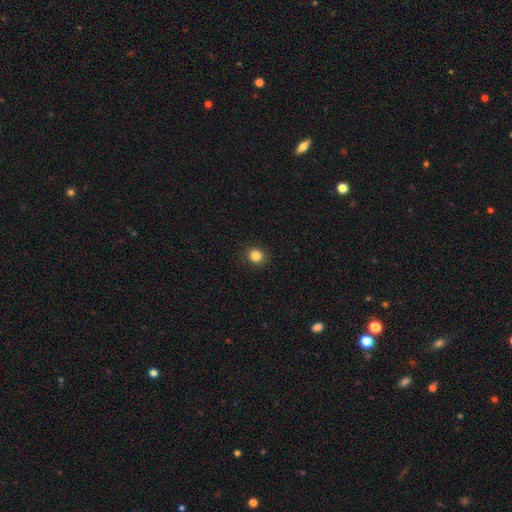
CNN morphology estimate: smooth-or-featured: smooth: 84% | star or artifact: 12% | featured or disk: 4%
  how-rounded: round: 89% | in between: 11% | cigar-shaped: 1%
  merging: none: 90% | minor disturbance: 7% | major disturbance: 2% | merger: 1%